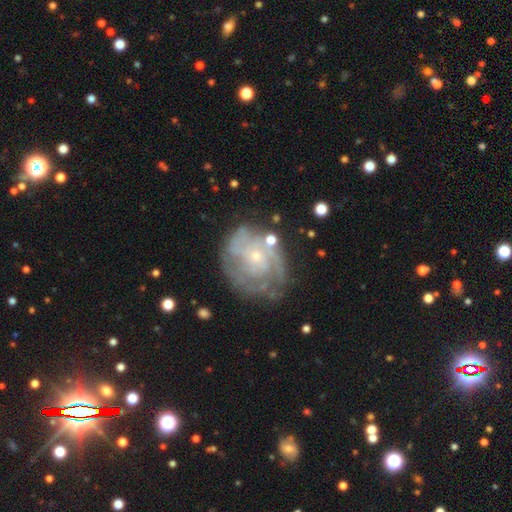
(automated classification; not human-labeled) featured or disk 79%, smooth 14%, star or artifact 7%. Down the decision tree: edge-on disk — no (98%); bar — no (77%); spiral arms — yes (83%); spiral arm count — can't tell (44%); spiral winding — tight (58%); bulge size — small (78%); merging — none (64%).